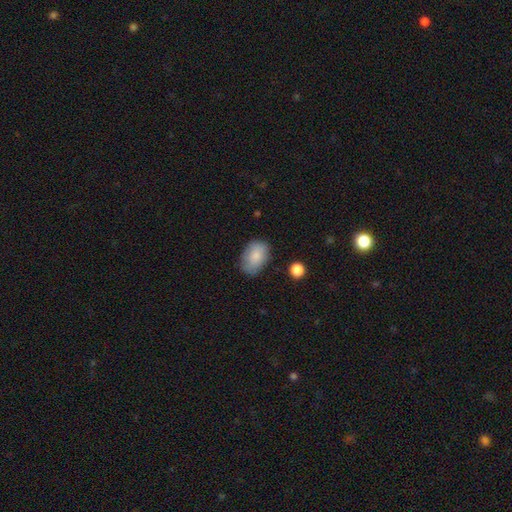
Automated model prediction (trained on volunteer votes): The model was most divided on "merging": none: 72%, minor disturbance: 21%, major disturbance: 5%, merger: 2%. More confident: how rounded — in between (88%); smooth or featured — smooth (84%).